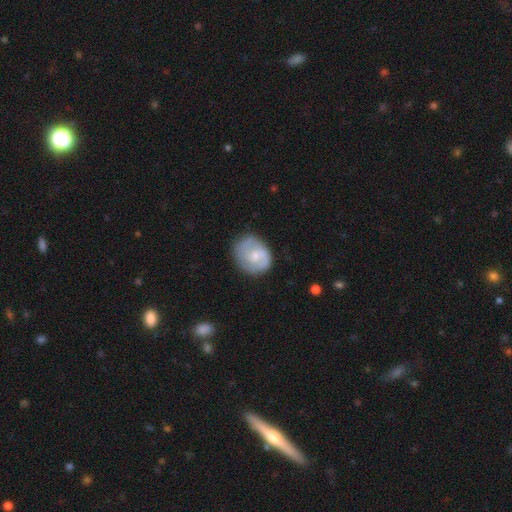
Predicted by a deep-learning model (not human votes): smooth_or_featured: featured or disk (p=0.49) [alt: smooth p=0.45]
merging: none (p=0.61) [alt: minor disturbance p=0.27]